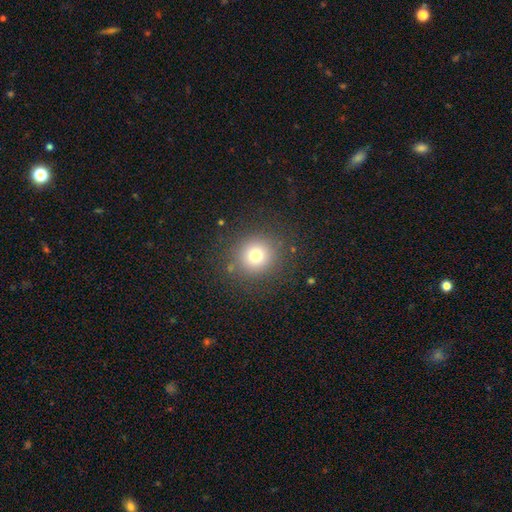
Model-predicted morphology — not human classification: The model was most divided on "smooth or featured": smooth: 75%, star or artifact: 15%, featured or disk: 10%. More confident: how rounded — round (92%); merging — none (86%).